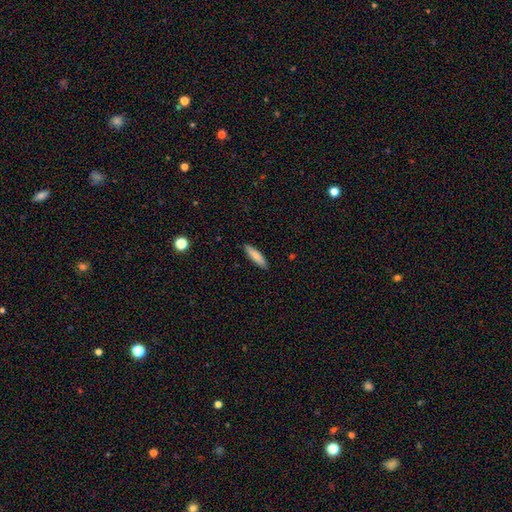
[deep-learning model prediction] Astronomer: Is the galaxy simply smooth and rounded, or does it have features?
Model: smooth — 79%.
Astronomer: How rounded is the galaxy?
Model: cigar-shaped — 73%.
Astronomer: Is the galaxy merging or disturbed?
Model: none — 89%.